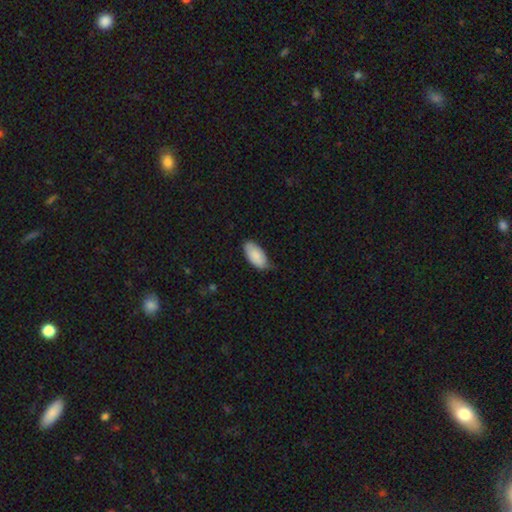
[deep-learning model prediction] A smooth galaxy with no disk features (87%) that is in between round and cigar-shaped (94%). Merging: none (67%).